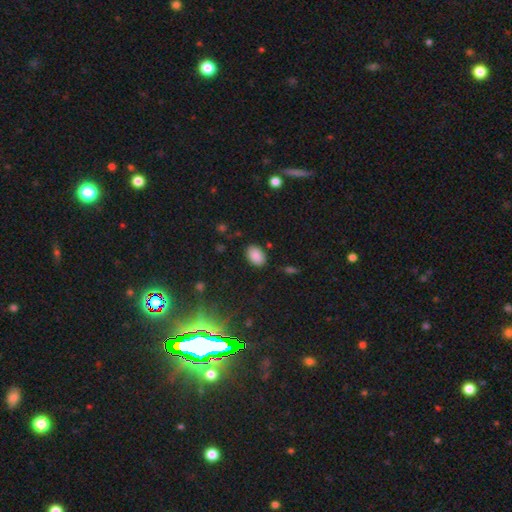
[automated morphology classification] This is clearly a smooth galaxy (87%). How rounded: clearly in between (85%). Merging: clearly none (85%).